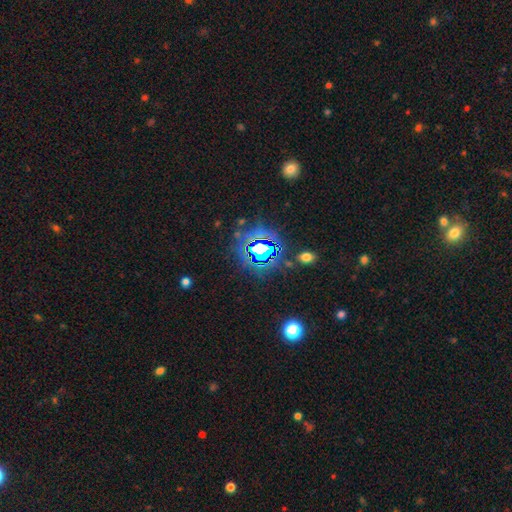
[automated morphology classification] This is likely a star or artifact rather than a galaxy (75%).